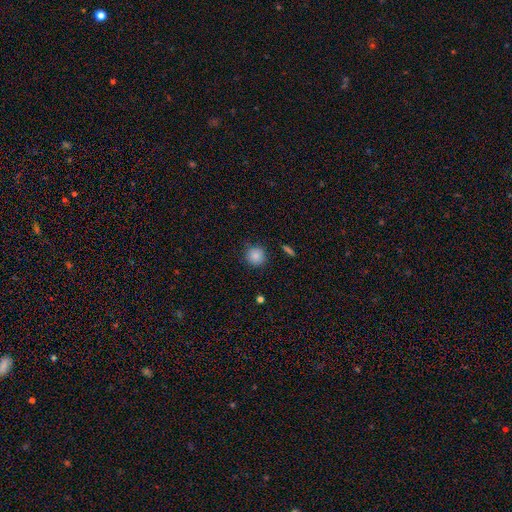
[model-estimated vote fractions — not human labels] Smooth or featured? Predicted: smooth (p=0.85). How rounded? Predicted: round (p=0.92). Merging? Predicted: none (p=0.86).